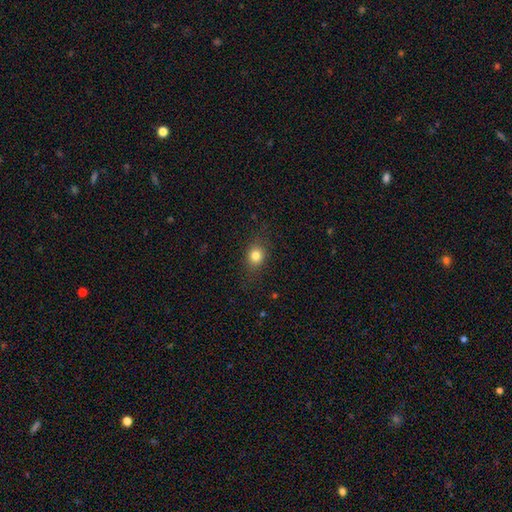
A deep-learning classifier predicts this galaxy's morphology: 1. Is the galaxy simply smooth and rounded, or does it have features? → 80% smooth, 11% star or artifact, 9% featured or disk.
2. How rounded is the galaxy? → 59% round, 39% in between, 2% cigar-shaped.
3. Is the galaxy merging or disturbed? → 81% none, 13% minor disturbance, 5% major disturbance, 1% merger.